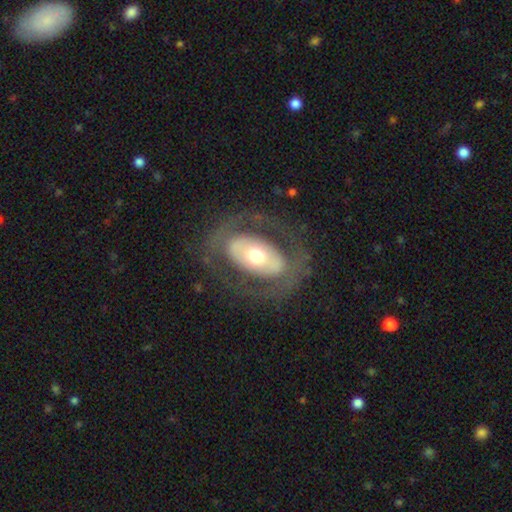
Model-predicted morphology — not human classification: Smooth or featured? featured or disk (66%)
Edge-on disk? no (92%)
Bar? no (65%)
Spiral arms? no (72%)
Bulge size? moderate (64%)
Merging? none (76%)